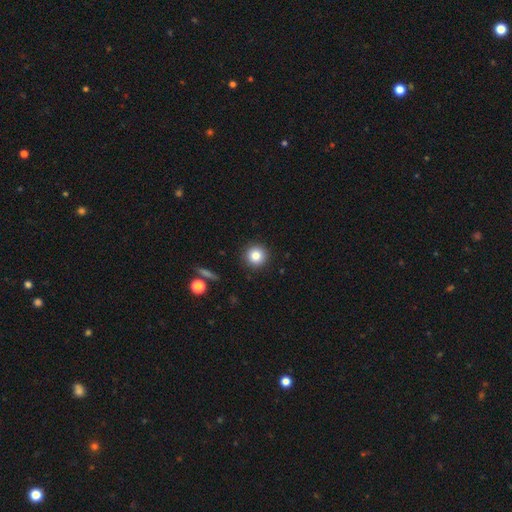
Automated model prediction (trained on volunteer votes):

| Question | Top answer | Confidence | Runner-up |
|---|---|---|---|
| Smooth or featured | smooth | 83% | star or artifact (10%) |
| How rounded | round | 95% | in between (4%) |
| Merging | none | 92% | minor disturbance (5%) |